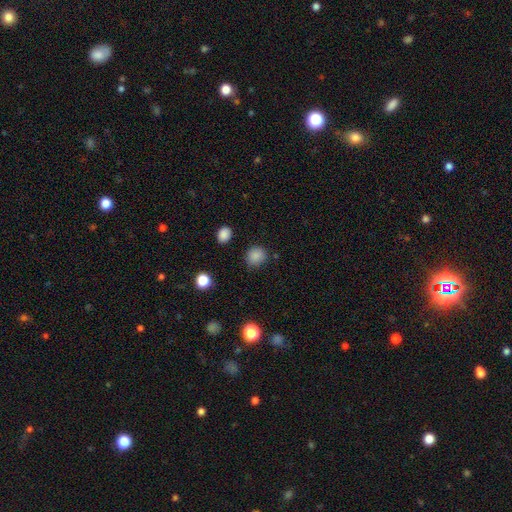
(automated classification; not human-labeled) A smooth galaxy with no disk features (85%) that is round (82%).

Vote fractions:
- Smooth or featured? smooth: 85% / star or artifact: 11% / featured or disk: 4%
- How rounded? round: 82% / in between: 17% / cigar-shaped: 1%
- Merging? none: 84% / minor disturbance: 11% / major disturbance: 3% / merger: 2%